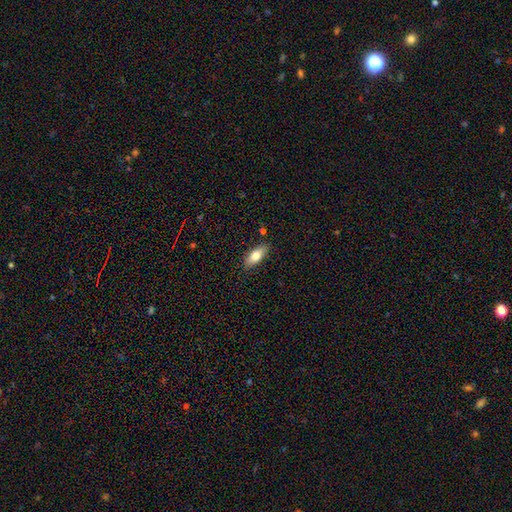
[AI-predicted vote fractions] A smooth galaxy with no disk features (78%) that is in between round and cigar-shaped (80%). Merging: none (83%).